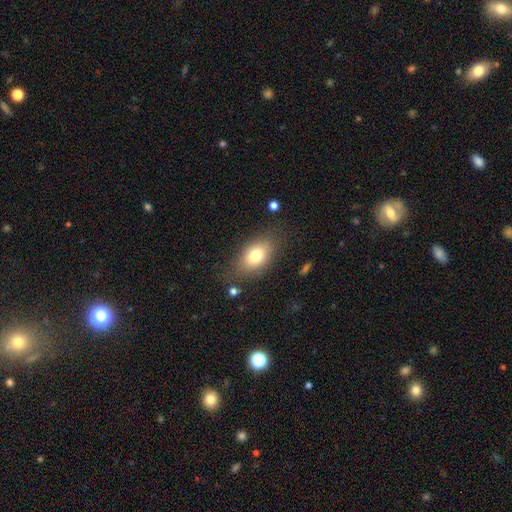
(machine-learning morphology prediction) Q: Smooth or featured?
A: smooth (75%); runner-up: featured or disk (15%)
Q: How rounded?
A: in between (83%); runner-up: round (14%)
Q: Merging?
A: none (75%); runner-up: minor disturbance (16%)